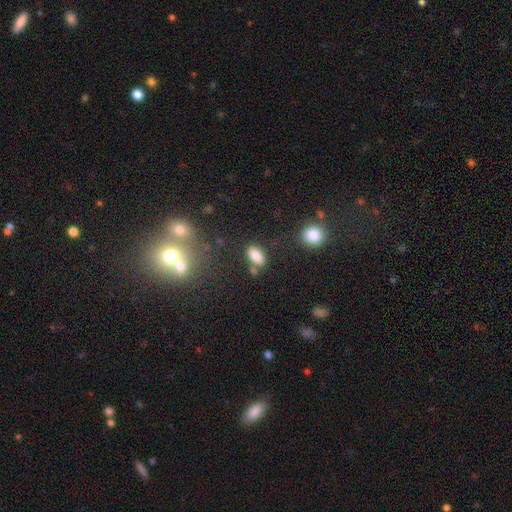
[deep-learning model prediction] smooth-or-featured: smooth: 82% | star or artifact: 9% | featured or disk: 8%
  how-rounded: in between: 89% | round: 6% | cigar-shaped: 5%
  merging: none: 71% | minor disturbance: 14% | merger: 11% | major disturbance: 4%